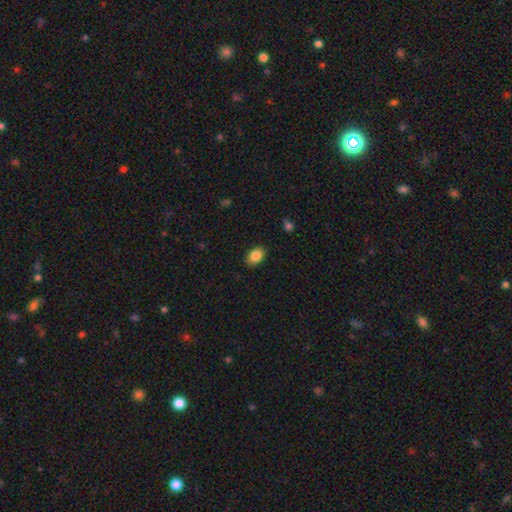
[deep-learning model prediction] Smooth or featured? smooth (87%)
How rounded? in between (83%)
Merging? none (87%)